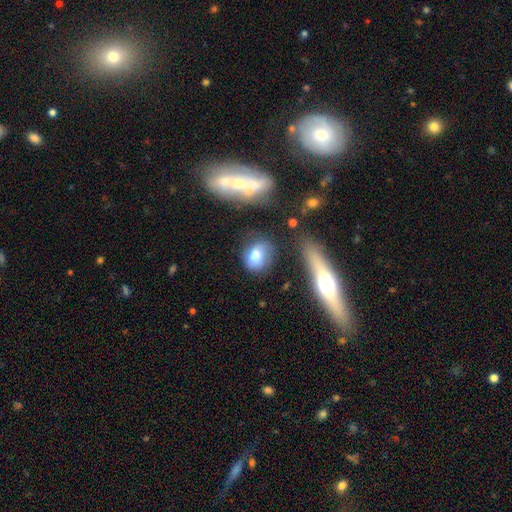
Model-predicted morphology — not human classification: Smooth or featured? smooth (70%)
How rounded? in between (60%)
Merging? none (50%)